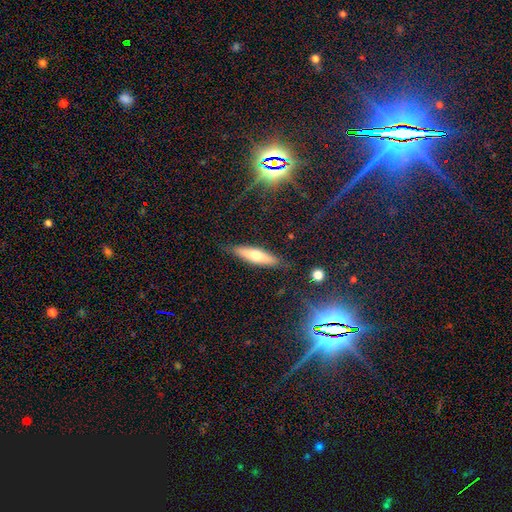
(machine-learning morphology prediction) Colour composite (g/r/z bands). It shows a smooth galaxy with no disk features (58%) that is cigar-shaped (70%). Merging: none (85%).